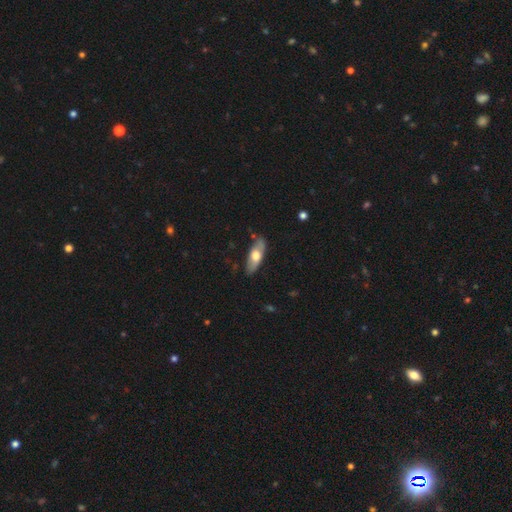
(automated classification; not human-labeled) The model was most divided on "smooth or featured": smooth: 55%, featured or disk: 40%, star or artifact: 5%. More confident: merging — none (80%); how rounded — in between (66%).